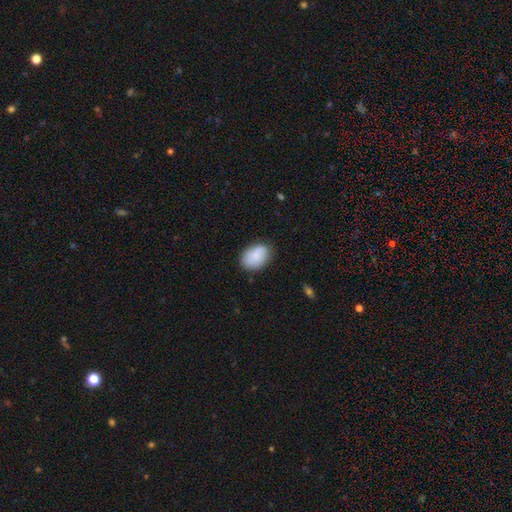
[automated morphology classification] Smooth or featured? smooth (84%)
How rounded? in between (84%)
Merging? none (76%)